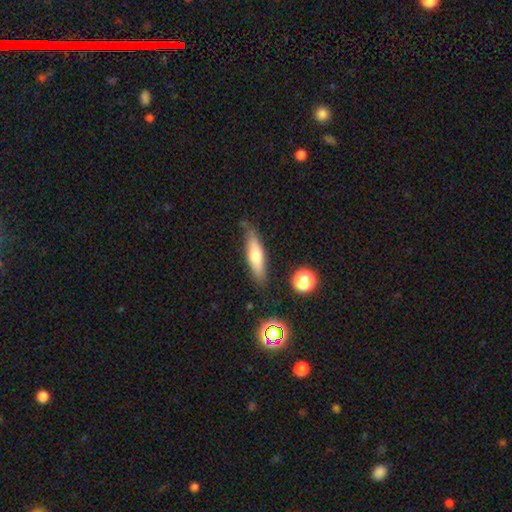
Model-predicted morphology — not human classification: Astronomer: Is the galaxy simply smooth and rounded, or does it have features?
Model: smooth — 60%.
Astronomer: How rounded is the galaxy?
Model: cigar-shaped — 65%.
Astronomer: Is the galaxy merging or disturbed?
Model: none — 78%.